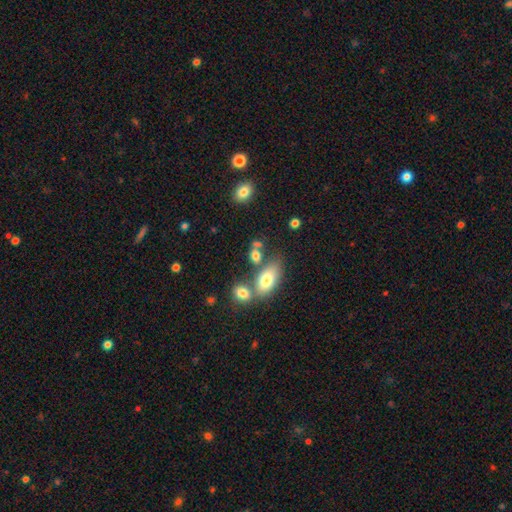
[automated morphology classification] A smooth galaxy with no disk features (75%) that is in between round and cigar-shaped (75%).

Vote fractions:
- Smooth or featured? smooth: 75% / featured or disk: 14% / star or artifact: 12%
- How rounded? in between: 75% / round: 21% / cigar-shaped: 5%
- Merging? none: 45% / merger: 35% / minor disturbance: 13% / major disturbance: 7%